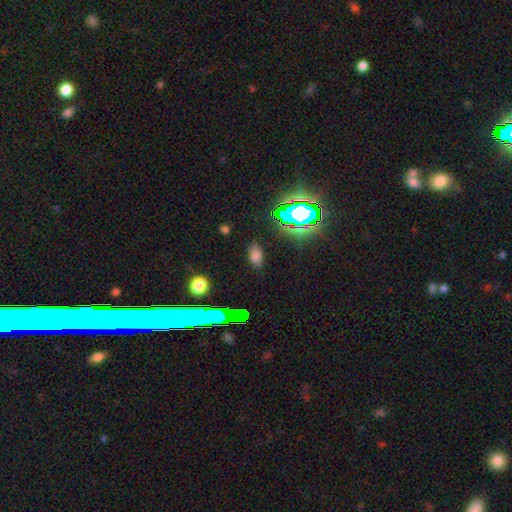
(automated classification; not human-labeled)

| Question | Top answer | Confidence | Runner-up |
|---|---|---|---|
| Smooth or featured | smooth | 67% | star or artifact (23%) |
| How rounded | in between | 90% | round (7%) |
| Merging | none | 82% | minor disturbance (12%) |